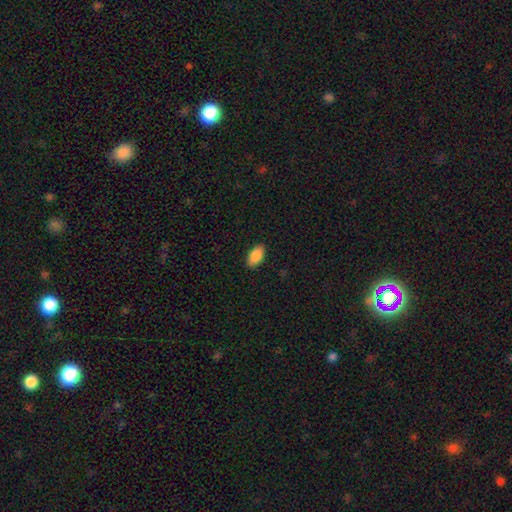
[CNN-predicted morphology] Overall: smooth (89%). How rounded: in between (94%). Merging: none (89%).